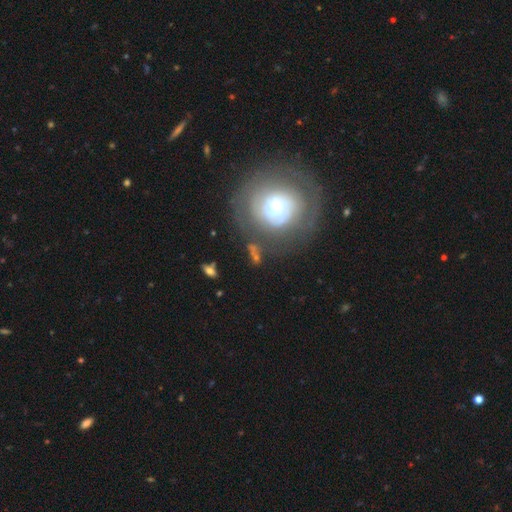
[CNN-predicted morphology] Smooth or featured?
  - featured or disk: 59% *
  - smooth: 30%
  - star or artifact: 11%
Edge-on disk?
  - no: 95% *
  - yes: 5%
Bar?
  - no: 74% *
  - weak: 19%
  - strong: 7%
Spiral arms?
  - yes: 67% *
  - no: 33%
Bulge size?
  - moderate: 48% *
  - small: 40%
  - large: 7%
  - none: 2%
  - dominant: 2%
Merging?
  - none: 62% *
  - minor disturbance: 18%
  - major disturbance: 13%
  - merger: 7%